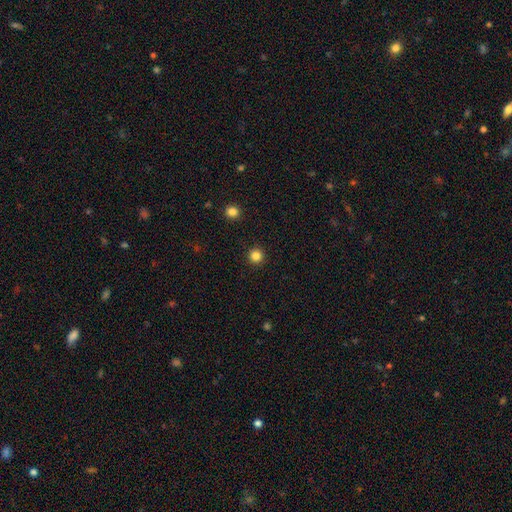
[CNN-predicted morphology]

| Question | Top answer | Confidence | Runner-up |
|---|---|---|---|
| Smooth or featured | smooth | 84% | star or artifact (13%) |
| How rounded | round | 96% | in between (3%) |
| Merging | none | 93% | minor disturbance (4%) |